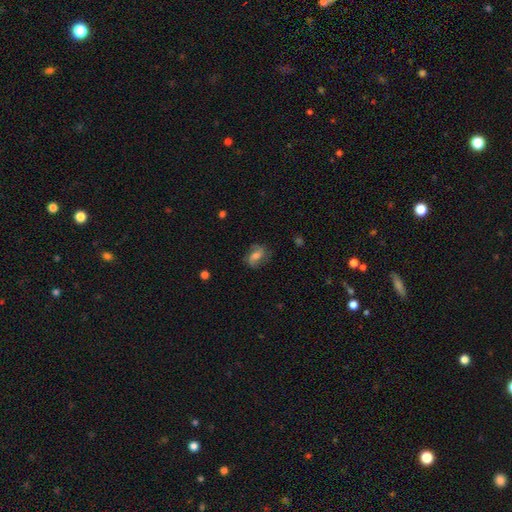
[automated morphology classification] type=smooth (49%); merging=none (69%).